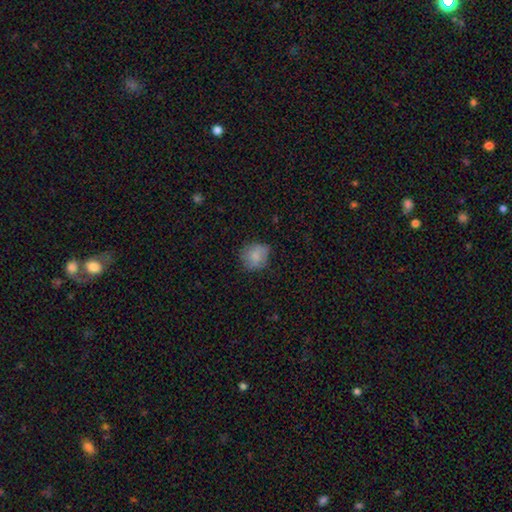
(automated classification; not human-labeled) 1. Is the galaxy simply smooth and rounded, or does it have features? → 80% smooth, 12% featured or disk, 8% star or artifact.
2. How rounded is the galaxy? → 78% round, 21% in between, 1% cigar-shaped.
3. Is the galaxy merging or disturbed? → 70% none, 23% minor disturbance, 6% major disturbance, 1% merger.